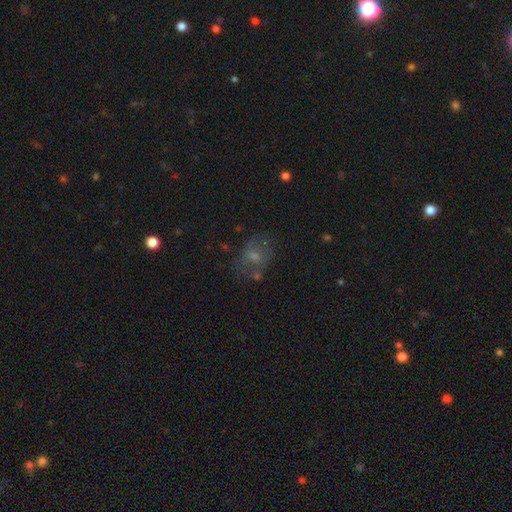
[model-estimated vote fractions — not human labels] smooth-or-featured: smooth: 47% | featured or disk: 34% | star or artifact: 20%
  merging: none: 55% | minor disturbance: 20% | major disturbance: 16% | merger: 9%